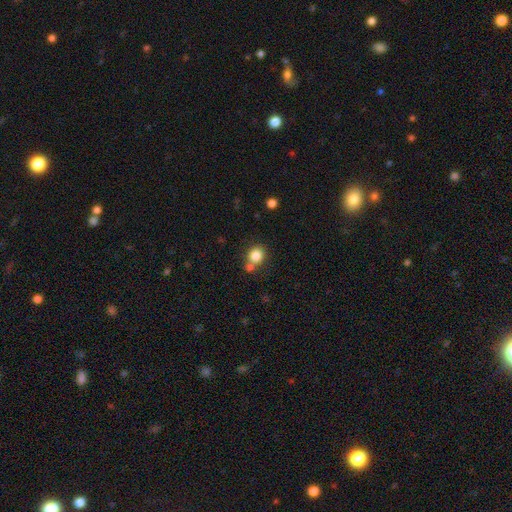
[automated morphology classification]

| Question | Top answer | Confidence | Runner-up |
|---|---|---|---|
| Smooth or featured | smooth | 83% | star or artifact (11%) |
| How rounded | round | 78% | in between (21%) |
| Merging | none | 61% | merger (25%) |